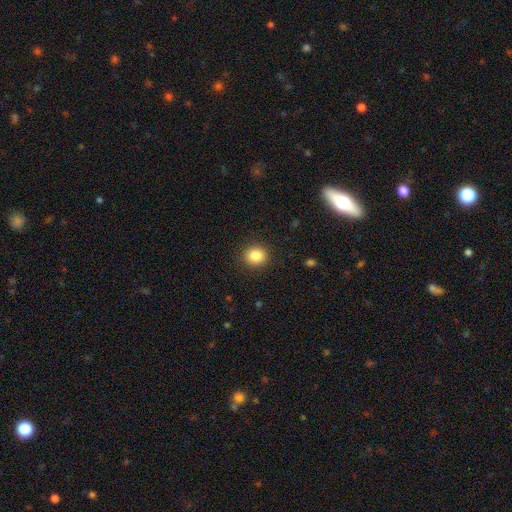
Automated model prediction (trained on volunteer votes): This is clearly a smooth galaxy (85%). How rounded: clearly round (83%). Merging: clearly none (90%).